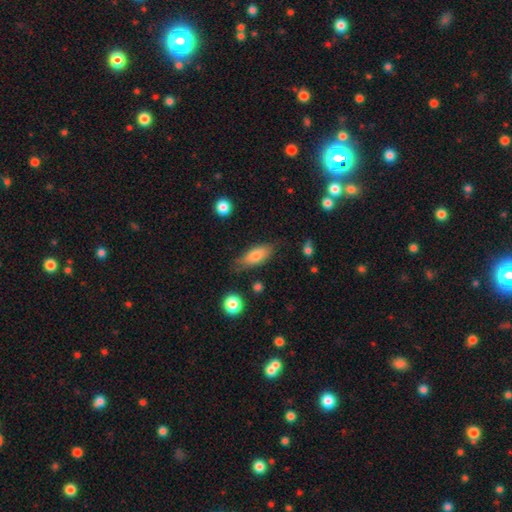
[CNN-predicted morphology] Q: Smooth or featured?
A: smooth (76%); runner-up: featured or disk (17%)
Q: How rounded?
A: in between (77%); runner-up: cigar-shaped (20%)
Q: Merging?
A: none (72%); runner-up: minor disturbance (20%)